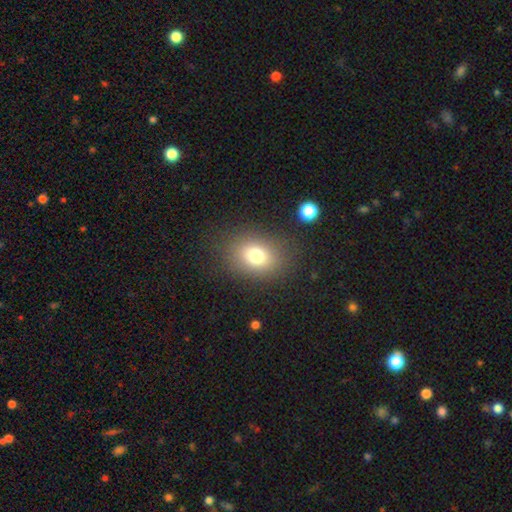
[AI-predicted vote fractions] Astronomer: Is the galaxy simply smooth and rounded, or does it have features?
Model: smooth — 75%.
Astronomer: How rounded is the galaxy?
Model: in between — 53% (runner-up: round, 46%).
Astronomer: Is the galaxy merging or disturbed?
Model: none — 84%.